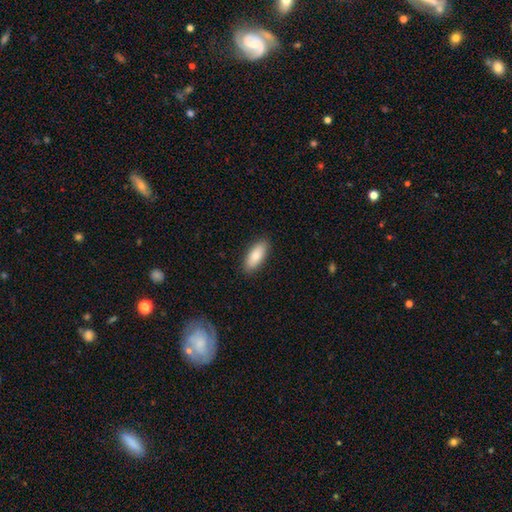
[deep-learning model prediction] This is clearly a smooth galaxy (85%). How rounded: likely in between (78%). Merging: clearly none (89%).